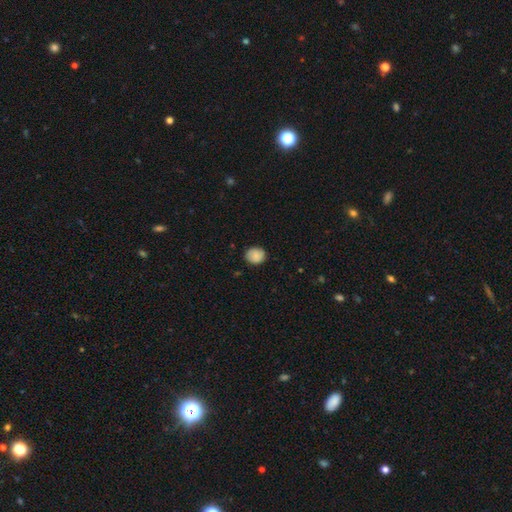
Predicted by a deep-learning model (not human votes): A smooth galaxy with no disk features (87%) that is round (68%). Merging: none (84%).